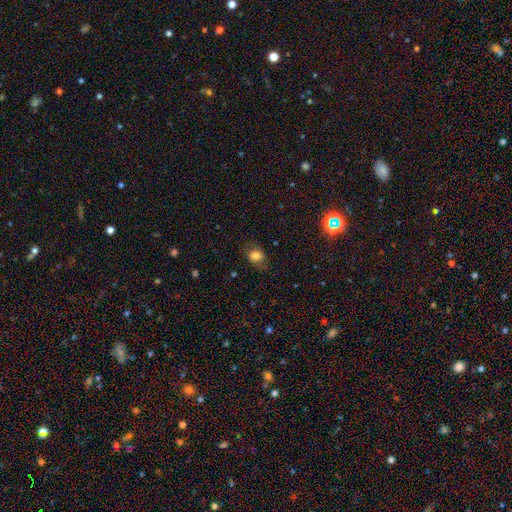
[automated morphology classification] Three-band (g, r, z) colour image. It shows a smooth galaxy with no disk features (76%) that is in between round and cigar-shaped (61%). Merging: none (66%).